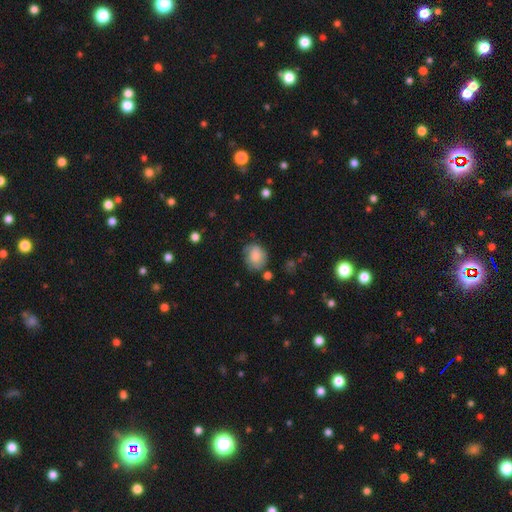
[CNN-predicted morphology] Smooth or featured?
  - smooth: 78% *
  - featured or disk: 14%
  - star or artifact: 8%
How rounded?
  - round: 59% *
  - in between: 40%
  - cigar-shaped: 1%
Merging?
  - none: 63% *
  - minor disturbance: 26%
  - major disturbance: 7%
  - merger: 4%